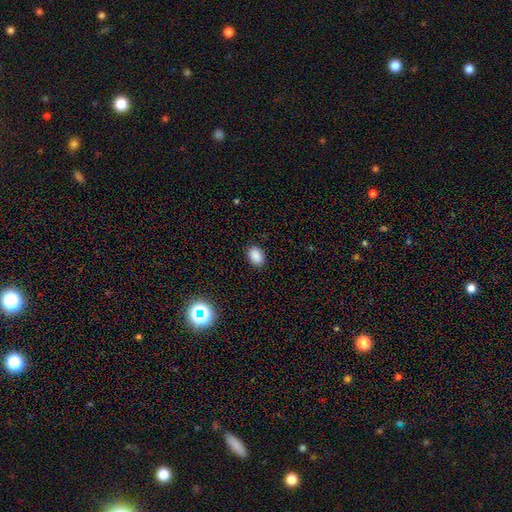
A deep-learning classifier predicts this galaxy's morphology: smooth-or-featured: smooth: 87% | star or artifact: 10% | featured or disk: 3%
  how-rounded: in between: 76% | round: 23% | cigar-shaped: 1%
  merging: none: 88% | minor disturbance: 9% | major disturbance: 2% | merger: 1%